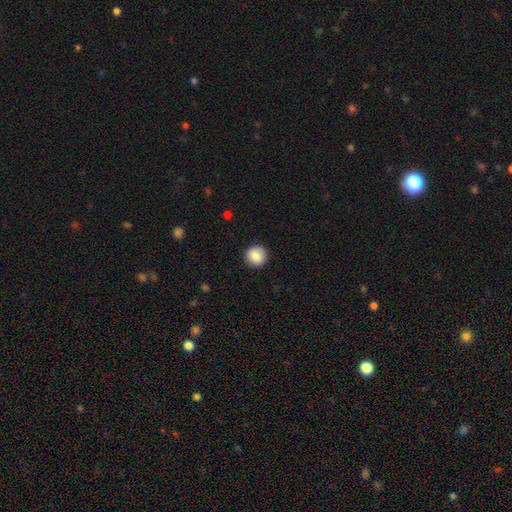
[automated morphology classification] Overall: smooth (87%). How rounded: round (93%). Merging: none (91%).